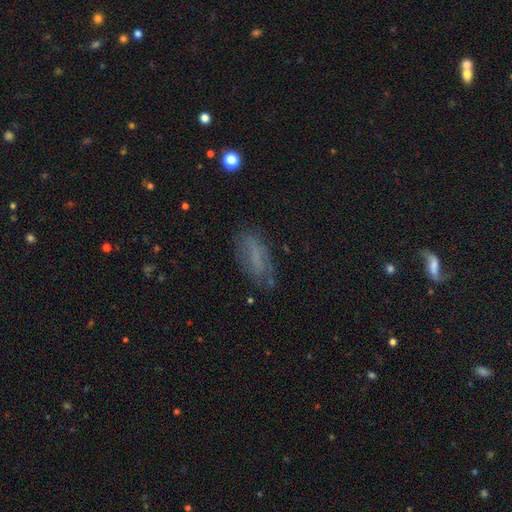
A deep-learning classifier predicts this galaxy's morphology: Smooth or featured? smooth (55%)
How rounded? in between (65%)
Merging? none (67%)